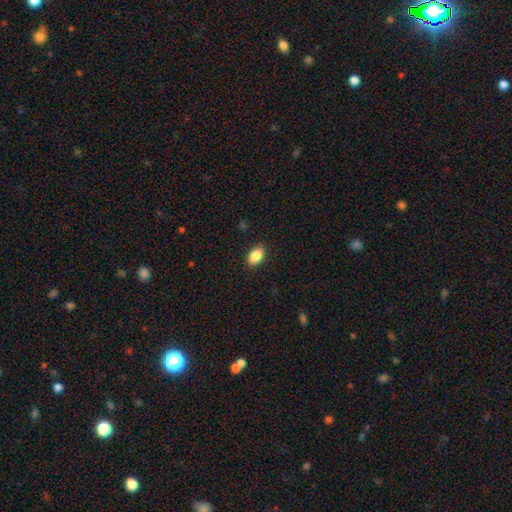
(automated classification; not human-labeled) A smooth galaxy with no disk features (87%) that is in between round and cigar-shaped (88%). Merging: none (88%).